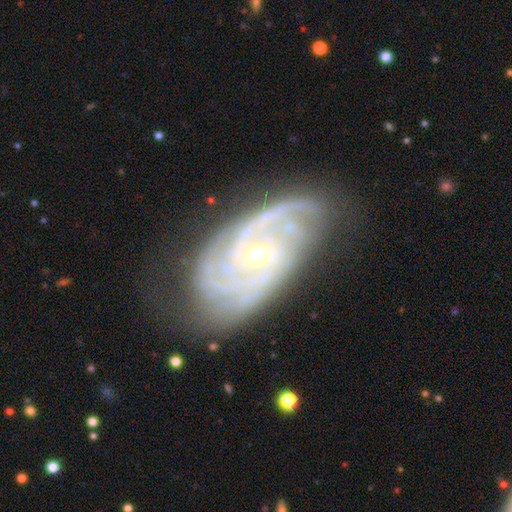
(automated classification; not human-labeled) Smooth or featured? Predicted: featured or disk (p=0.90). Edge-on disk? Predicted: no (p=0.95). Bar? Predicted: no (p=0.61). Spiral arms? Predicted: yes (p=0.98). Spiral winding? Predicted: tight (p=0.68). Spiral arm count? Predicted: 3 (p=0.28). Bulge size? Predicted: small (p=0.67). Merging? Predicted: none (p=0.73).